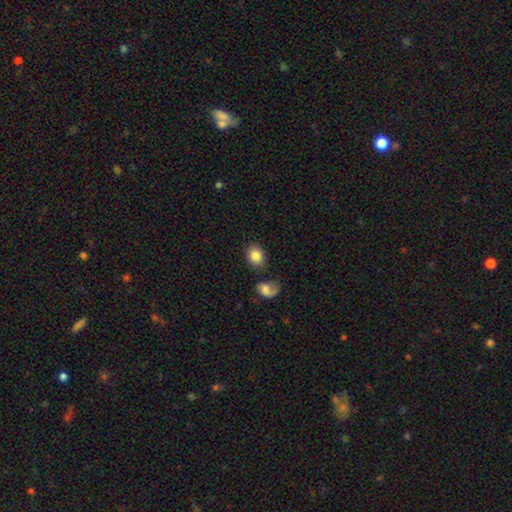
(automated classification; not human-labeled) Q: Smooth or featured?
A: smooth (83%); runner-up: star or artifact (8%)
Q: How rounded?
A: in between (50%); runner-up: round (49%)
Q: Merging?
A: none (77%); runner-up: minor disturbance (11%)